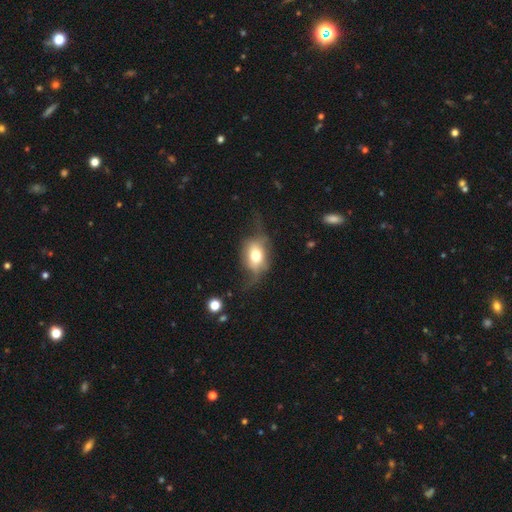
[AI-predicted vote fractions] Smooth or featured? Predicted: smooth (p=0.51). How rounded? Predicted: in between (p=0.69). Merging? Predicted: none (p=0.40).